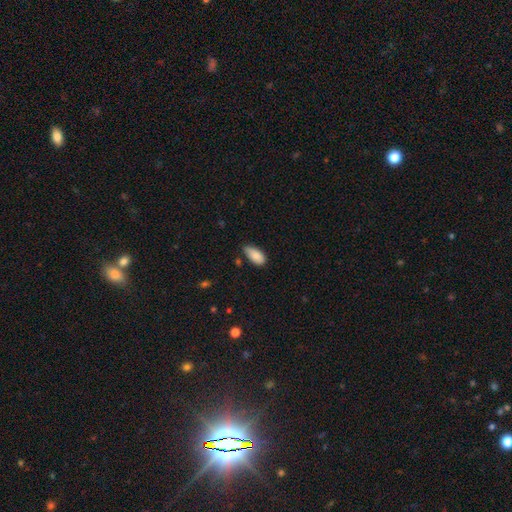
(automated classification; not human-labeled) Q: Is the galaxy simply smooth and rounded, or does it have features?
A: smooth — 86%.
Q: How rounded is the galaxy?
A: in between — 92%.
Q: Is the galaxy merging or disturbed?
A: none — 58%.